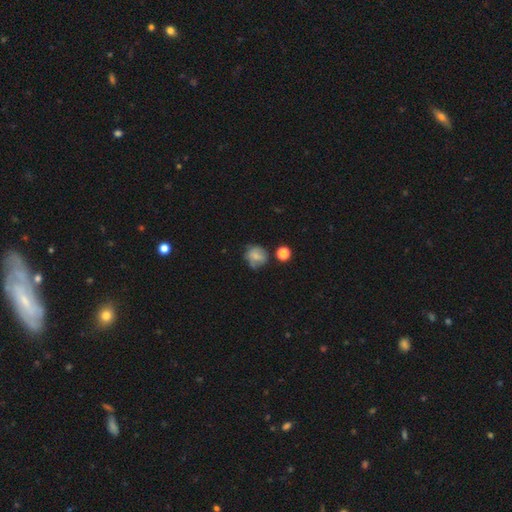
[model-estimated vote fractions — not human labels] This appears to be a smooth galaxy with no disk features (66%) that is round (76%). Merging: none (54%).